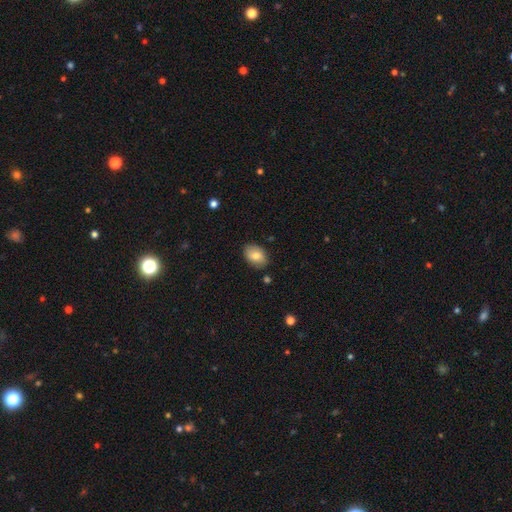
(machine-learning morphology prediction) type=smooth (78%); roundness=in between (83%); merging=none (84%).